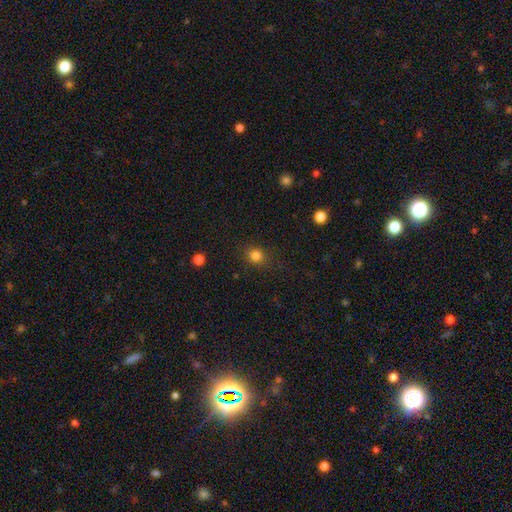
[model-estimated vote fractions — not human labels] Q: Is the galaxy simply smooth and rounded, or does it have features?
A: smooth — 81%.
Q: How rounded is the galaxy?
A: round — 76%.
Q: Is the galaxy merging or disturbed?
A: none — 85%.